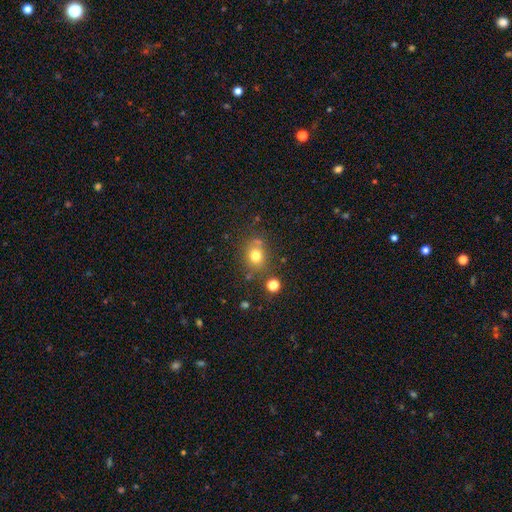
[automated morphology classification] Overall: smooth (75%). How rounded: round (69%; in between 30%). Merging: none (69%).